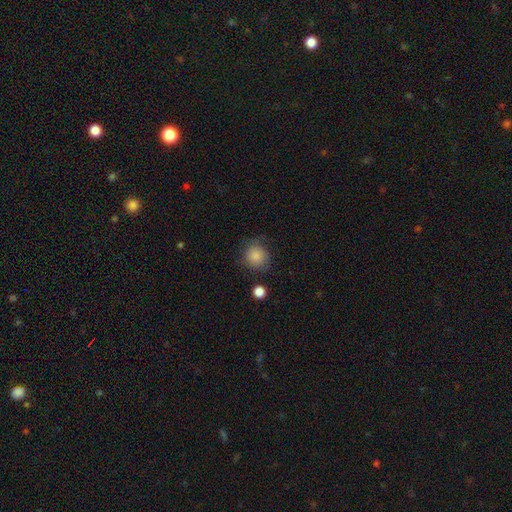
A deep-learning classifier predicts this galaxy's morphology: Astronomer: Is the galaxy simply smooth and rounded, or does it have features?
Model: smooth — 84%.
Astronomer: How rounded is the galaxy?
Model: round — 88%.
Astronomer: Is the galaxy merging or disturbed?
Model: none — 69%.